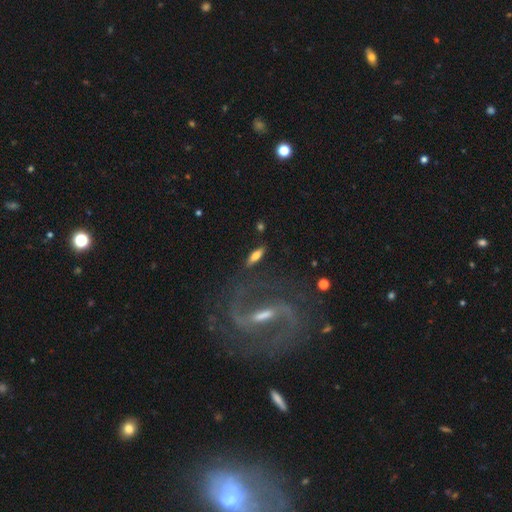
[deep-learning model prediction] smooth-or-featured: smooth: 58% | featured or disk: 33% | star or artifact: 8%
  how-rounded: cigar-shaped: 49% | in between: 47% | round: 4%
  merging: none: 80% | minor disturbance: 12% | major disturbance: 5% | merger: 3%